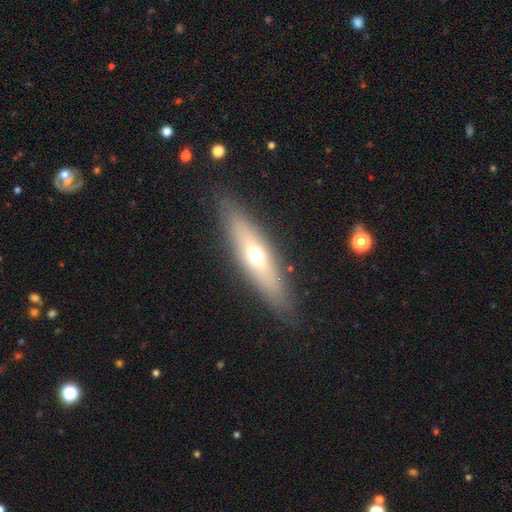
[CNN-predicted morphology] A smooth galaxy with no disk features (49%).

Vote fractions:
- Smooth or featured? smooth: 49% / featured or disk: 44% / star or artifact: 7%
- Merging? none: 87% / minor disturbance: 9% / major disturbance: 3% / merger: 1%